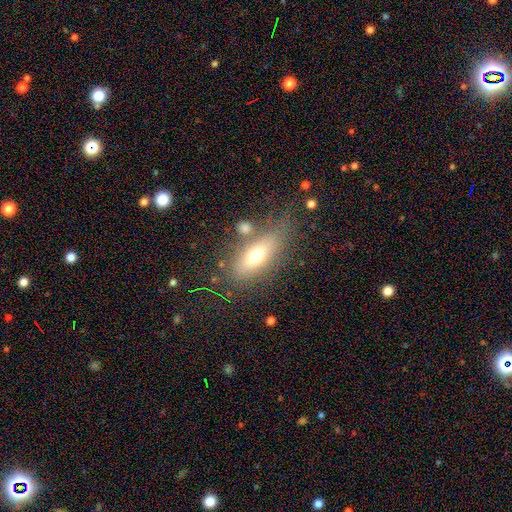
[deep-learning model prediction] A smooth galaxy with no disk features (60%) that is in between round and cigar-shaped (70%). Merging: none (63%).